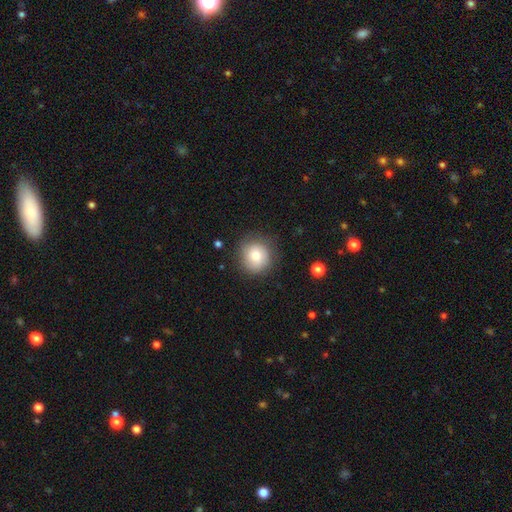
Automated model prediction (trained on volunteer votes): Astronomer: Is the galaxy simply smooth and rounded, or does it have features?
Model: smooth — 76%.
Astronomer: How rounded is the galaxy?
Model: round — 90%.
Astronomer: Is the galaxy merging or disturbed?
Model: none — 80%.